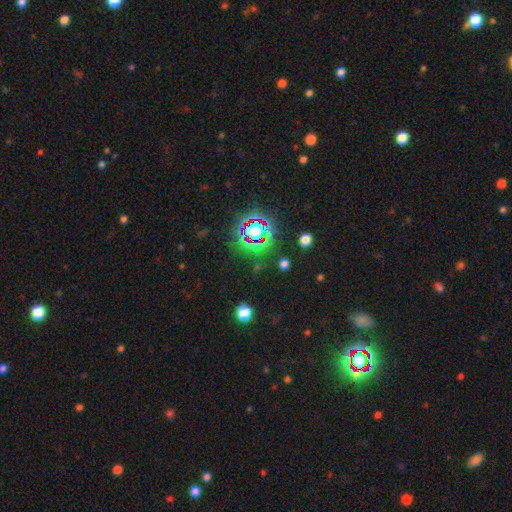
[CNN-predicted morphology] This appears to be a star or artifact, not a galaxy (82%).